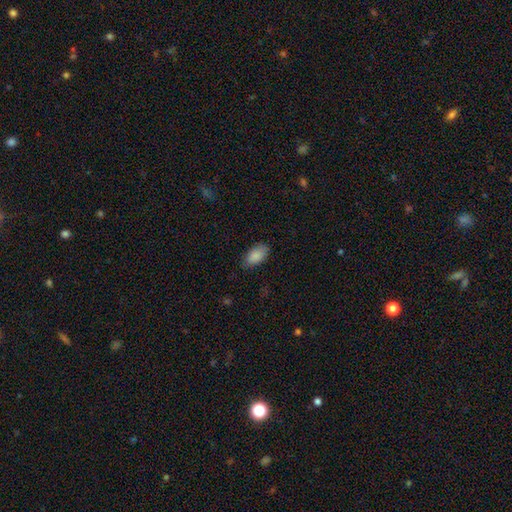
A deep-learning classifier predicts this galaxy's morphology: A smooth galaxy with no disk features (88%) that is in between round and cigar-shaped (94%).

Vote fractions:
- Smooth or featured? smooth: 88% / star or artifact: 7% / featured or disk: 5%
- How rounded? in between: 94% / round: 3% / cigar-shaped: 3%
- Merging? none: 78% / minor disturbance: 17% / major disturbance: 3% / merger: 1%